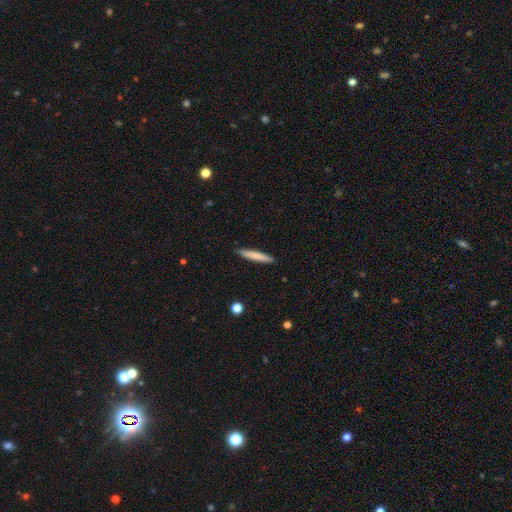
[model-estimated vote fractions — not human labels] smooth-or-featured: smooth: 76% | featured or disk: 18% | star or artifact: 6%
  how-rounded: cigar-shaped: 94% | in between: 5% | round: 1%
  merging: none: 91% | minor disturbance: 7% | major disturbance: 1% | merger: 1%